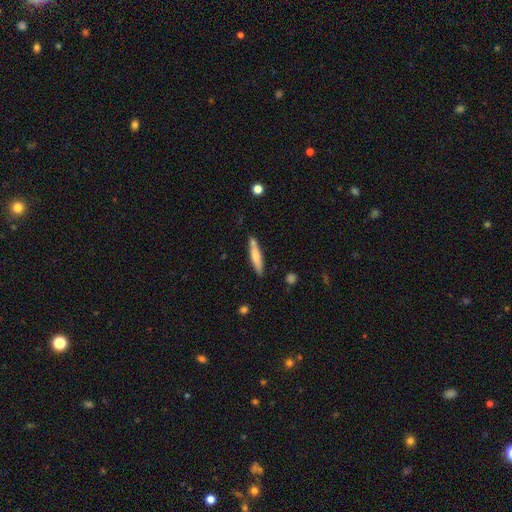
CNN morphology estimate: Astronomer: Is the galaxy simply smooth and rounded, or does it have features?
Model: smooth — 66%.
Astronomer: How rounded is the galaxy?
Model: cigar-shaped — 87%.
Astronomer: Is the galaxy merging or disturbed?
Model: none — 77%.